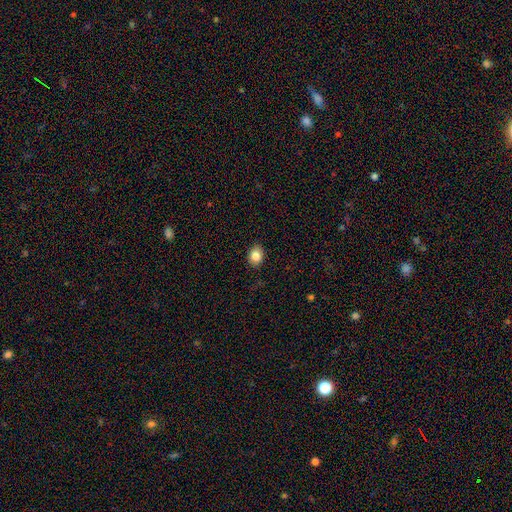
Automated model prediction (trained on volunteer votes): A smooth galaxy with no disk features (84%) that is in between round and cigar-shaped (59%). Merging: none (89%).